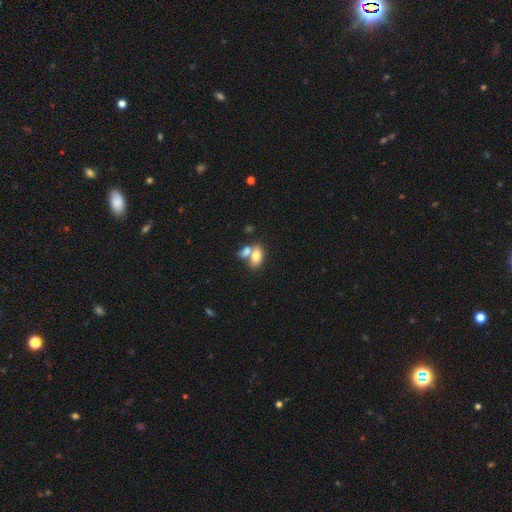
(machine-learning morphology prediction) smooth 78%, featured or disk 15%, star or artifact 8%. Down the decision tree: how rounded — in between (89%); merging — merger (53%).